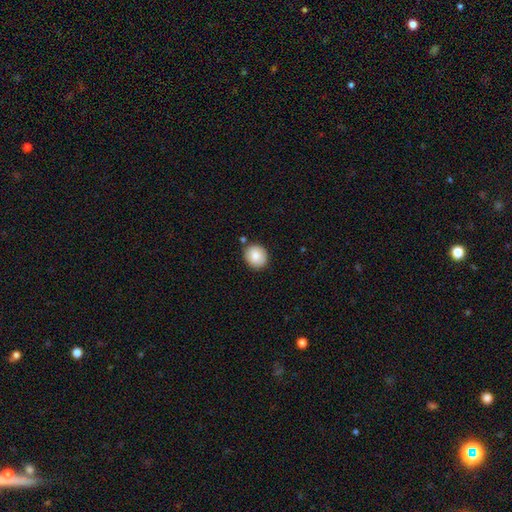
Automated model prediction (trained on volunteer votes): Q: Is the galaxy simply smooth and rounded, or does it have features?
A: smooth — 86%.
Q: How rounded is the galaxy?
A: round — 78%.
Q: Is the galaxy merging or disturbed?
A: none — 83%.